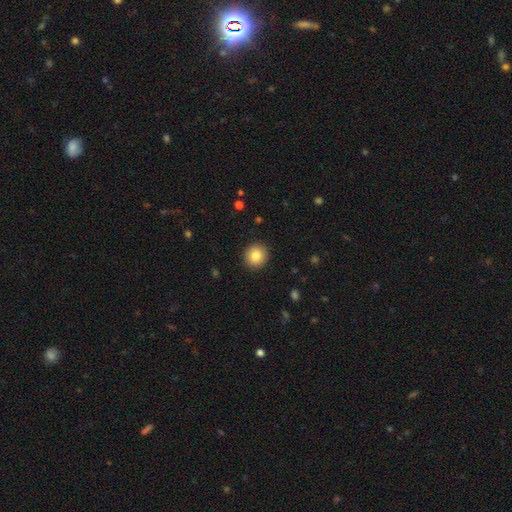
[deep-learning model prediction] Morphology: type=smooth (83%); roundness=round (90%); merging=none (92%).